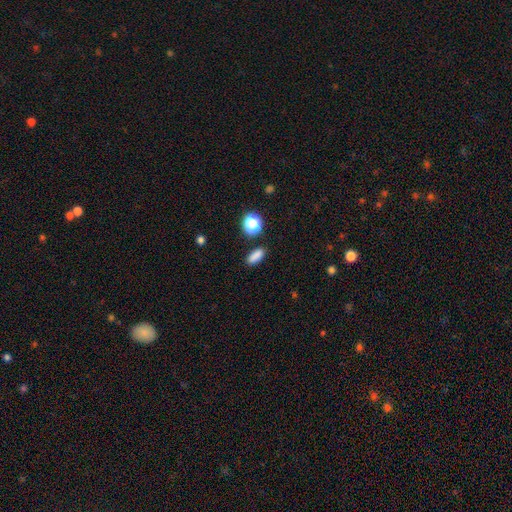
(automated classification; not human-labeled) Smooth or featured? smooth (83%)
How rounded? in between (73%)
Merging? none (86%)